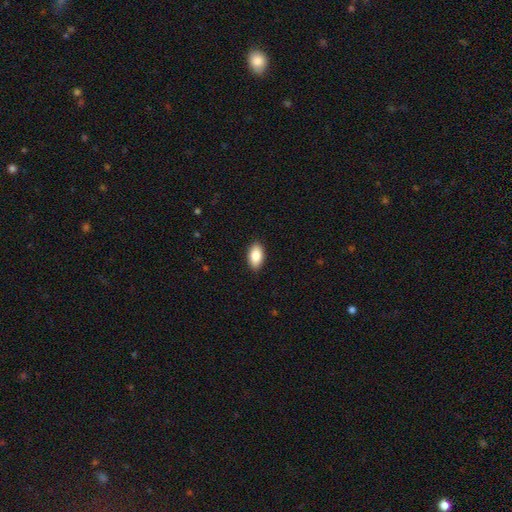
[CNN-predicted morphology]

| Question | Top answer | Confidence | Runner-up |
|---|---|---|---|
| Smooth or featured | smooth | 85% | featured or disk (9%) |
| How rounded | in between | 92% | round (4%) |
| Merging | none | 90% | minor disturbance (8%) |